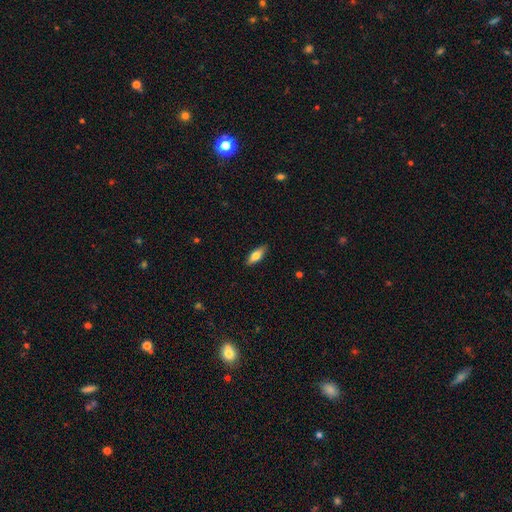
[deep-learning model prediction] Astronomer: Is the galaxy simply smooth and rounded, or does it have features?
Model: smooth — 72%.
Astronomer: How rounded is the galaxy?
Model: in between — 69%.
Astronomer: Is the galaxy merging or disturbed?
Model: none — 87%.